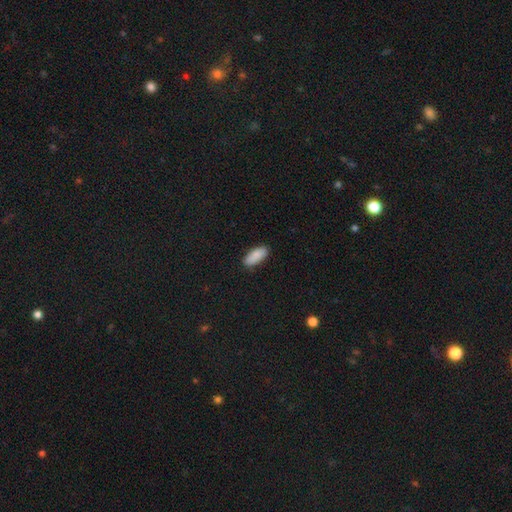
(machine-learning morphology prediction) smooth 89%, star or artifact 6%, featured or disk 5%. Down the decision tree: how rounded — in between (82%); merging — none (87%).